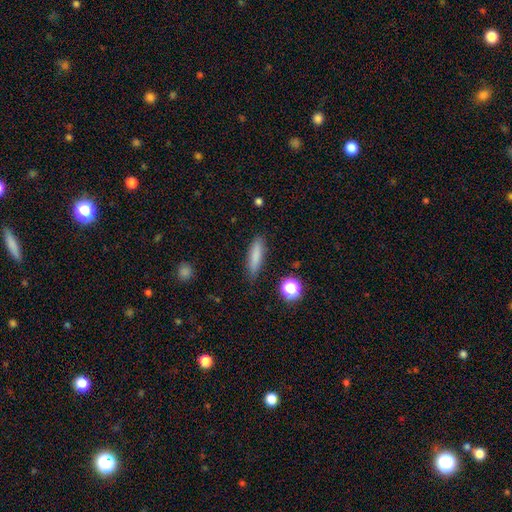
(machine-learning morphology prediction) smooth 80%, featured or disk 11%, star or artifact 9%. Down the decision tree: how rounded — cigar-shaped (71%); merging — none (83%).